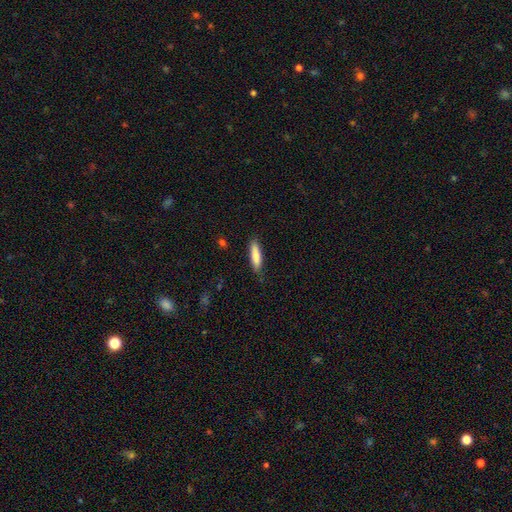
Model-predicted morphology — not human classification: A smooth galaxy with no disk features (83%) that is cigar-shaped (74%). Merging: none (84%).